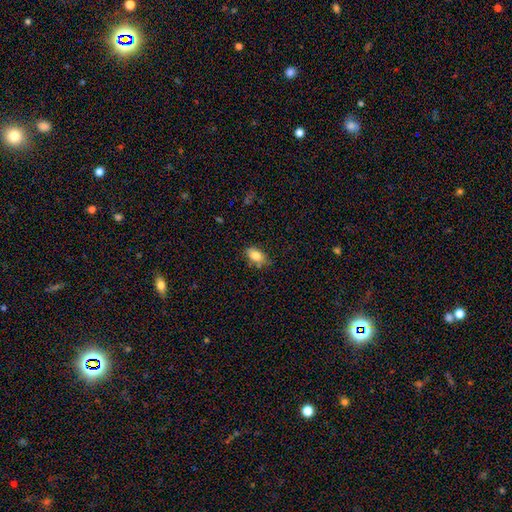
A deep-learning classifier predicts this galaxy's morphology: This is clearly a smooth galaxy (81%). How rounded: clearly in between (86%). Merging: likely none (72%).